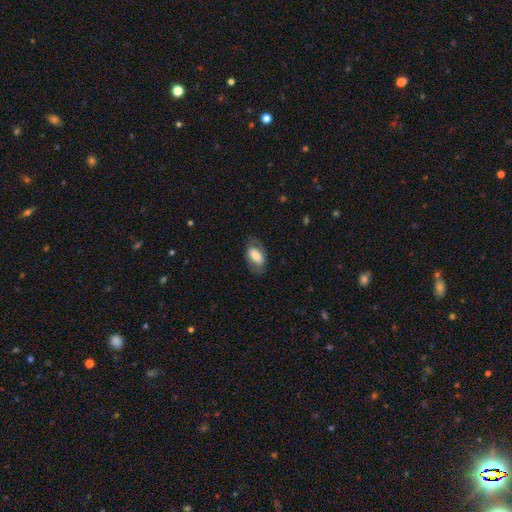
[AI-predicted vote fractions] Smooth or featured?
  - smooth: 61% *
  - featured or disk: 32%
  - star or artifact: 6%
How rounded?
  - in between: 91% *
  - round: 5%
  - cigar-shaped: 4%
Merging?
  - none: 72% *
  - minor disturbance: 17%
  - major disturbance: 10%
  - merger: 1%